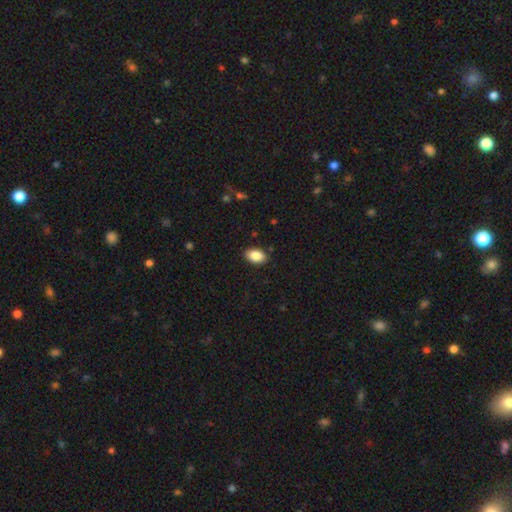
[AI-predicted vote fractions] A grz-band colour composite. It shows a smooth galaxy with no disk features (88%) that is in between round and cigar-shaped (90%). Merging: none (89%).